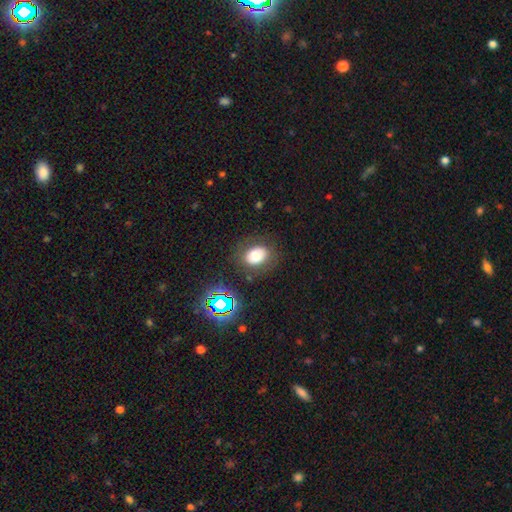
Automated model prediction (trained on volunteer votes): Smooth or featured?
  - smooth: 70% *
  - star or artifact: 15%
  - featured or disk: 14%
How rounded?
  - in between: 61% *
  - round: 38%
  - cigar-shaped: 1%
Merging?
  - none: 79% *
  - minor disturbance: 13%
  - major disturbance: 6%
  - merger: 2%